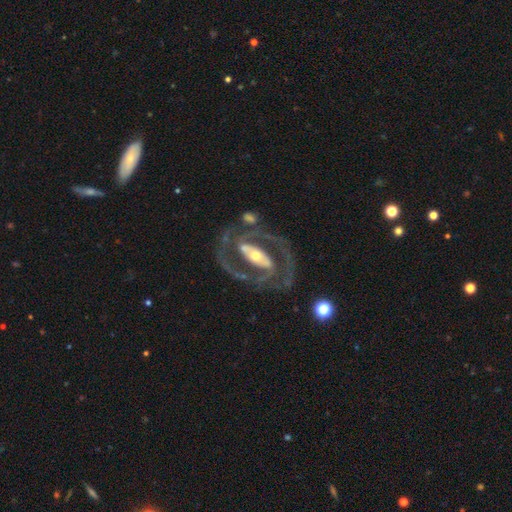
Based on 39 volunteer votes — A featured or disk galaxy (82%) with a strong bar (67%), 2 (86%) medium (64%) spiral arms (93%) and a moderate central bulge (67%). Merging: none (66%).